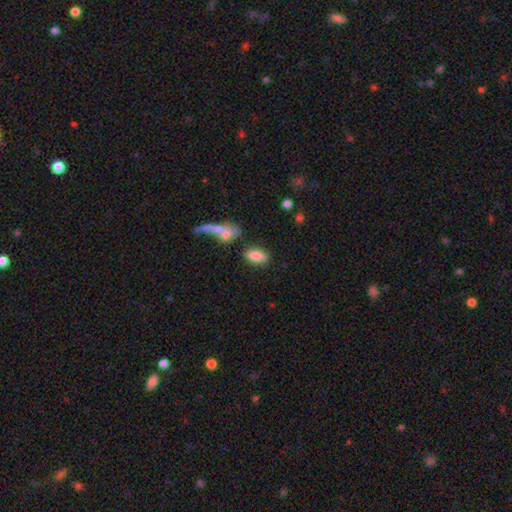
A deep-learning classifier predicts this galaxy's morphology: Smooth or featured? Predicted: smooth (p=0.85). How rounded? Predicted: in between (p=0.88). Merging? Predicted: none (p=0.69).